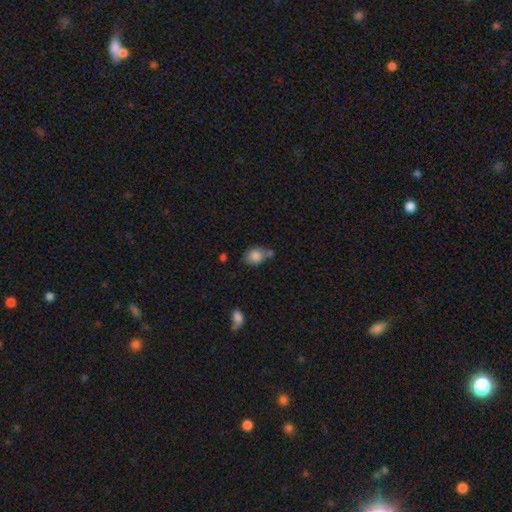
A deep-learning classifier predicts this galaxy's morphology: Smooth or featured: smooth — 84% (star or artifact — 9%)
How rounded: in between — 58% (round — 40%)
Merging: none — 52% (merger — 25%)